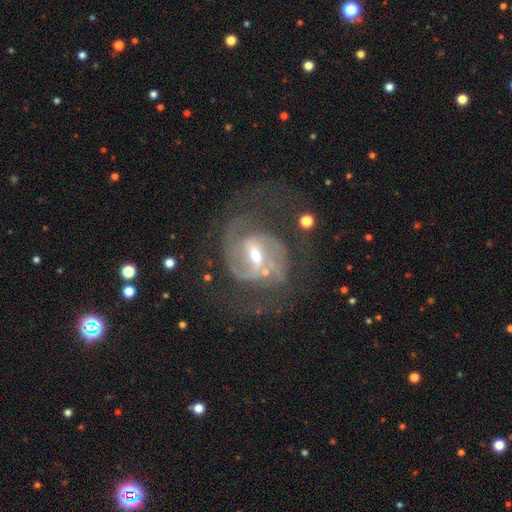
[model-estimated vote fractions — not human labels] This is clearly a featured or disk galaxy (89%). It is clearly not viewed edge-on (98%). Bar: possibly weak (52%). Spiral arm pattern: clearly yes (95%). Spiral arm count: likely 2 (67%). Spiral winding: possibly medium (51%). Central bulge: possibly moderate (50%). Merging: possibly none (54%).